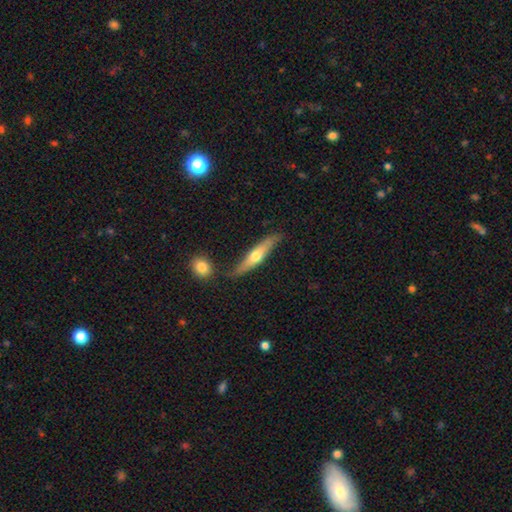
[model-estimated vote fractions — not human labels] A featured or disk galaxy (53%) viewed edge-on (88%).

Vote fractions:
- Smooth or featured? featured or disk: 53% / smooth: 42% / star or artifact: 5%
- Edge-on disk? yes: 88% / no: 12%
- Merging? none: 72% / minor disturbance: 17% / merger: 7% / major disturbance: 4%